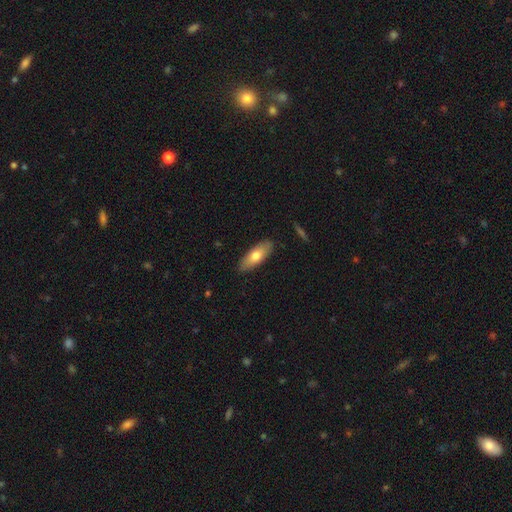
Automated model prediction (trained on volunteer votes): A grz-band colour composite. It shows a smooth galaxy with no disk features (68%) that is in between round and cigar-shaped (68%). Merging: none (87%).